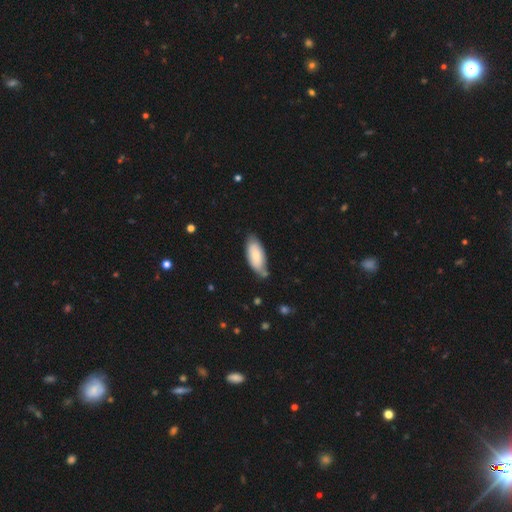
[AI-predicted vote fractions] Smooth or featured? smooth (78%)
How rounded? in between (85%)
Merging? none (64%)